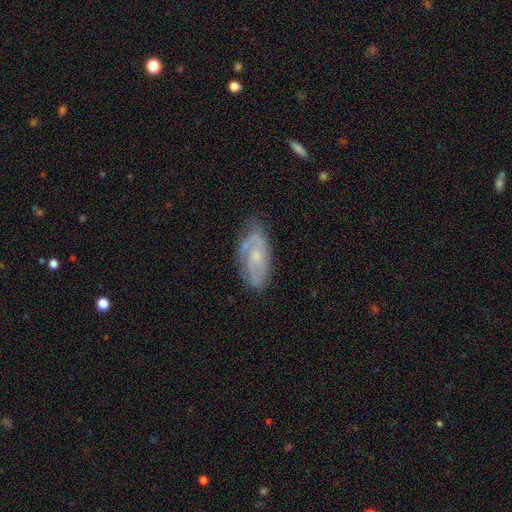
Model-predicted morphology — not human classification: Q: Smooth or featured?
A: featured or disk (69%); runner-up: smooth (24%)
Q: Edge-on disk?
A: no (92%); runner-up: yes (8%)
Q: Bar?
A: no (71%); runner-up: weak (25%)
Q: Spiral arms?
A: yes (82%); runner-up: no (18%)
Q: Spiral winding?
A: tight (48%); runner-up: medium (38%)
Q: Spiral arm count?
A: can't tell (39%); runner-up: 2 (38%)
Q: Bulge size?
A: small (60%); runner-up: moderate (32%)
Q: Merging?
A: none (64%); runner-up: minor disturbance (26%)